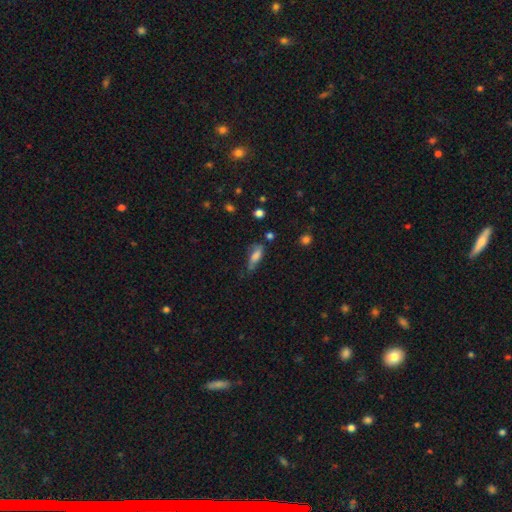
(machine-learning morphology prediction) Smooth or featured? smooth (69%)
How rounded? in between (67%)
Merging? none (49%)